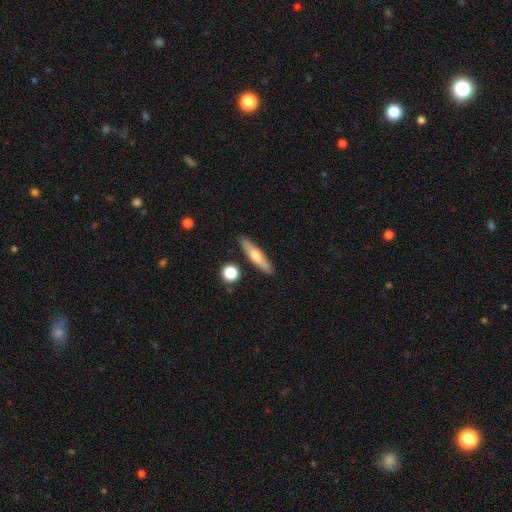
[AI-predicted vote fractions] smooth 53%, featured or disk 40%, star or artifact 7%. Down the decision tree: how rounded — cigar-shaped (79%); merging — none (87%).